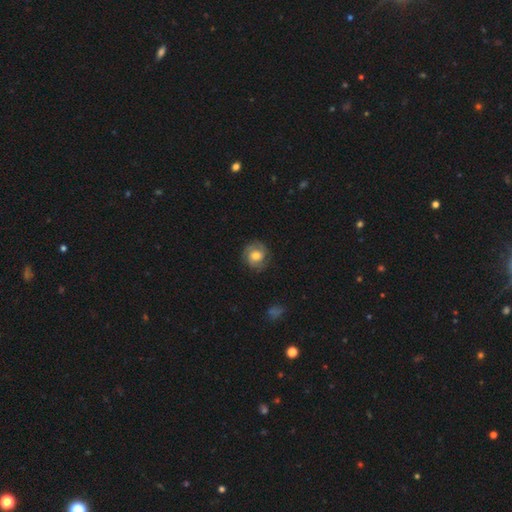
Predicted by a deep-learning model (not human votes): This appears to be a featured or disk galaxy (50%). Merging: none (79%).